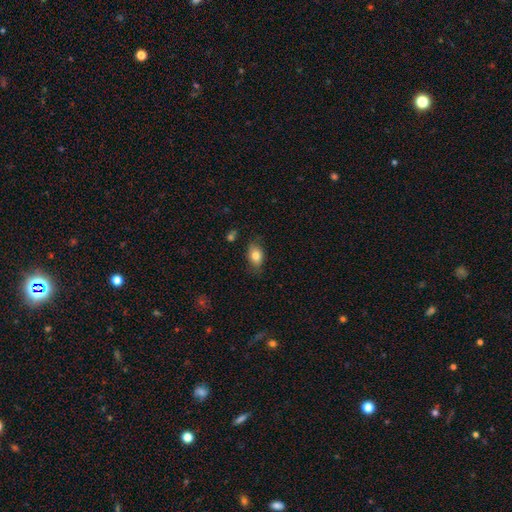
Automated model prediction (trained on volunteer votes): This appears to be a smooth galaxy with no disk features (81%) that is in between round and cigar-shaped (84%). Merging: none (77%).